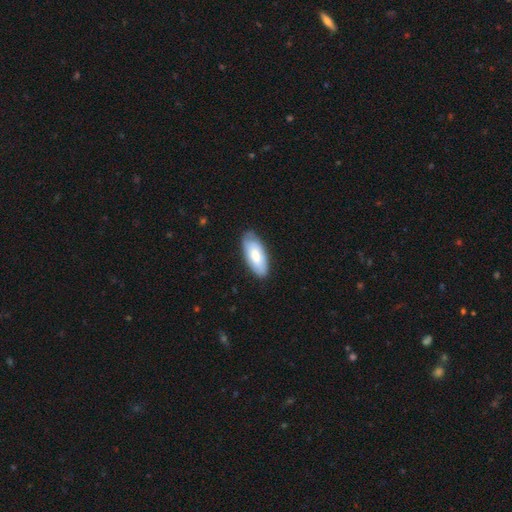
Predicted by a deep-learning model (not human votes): smooth_or_featured: smooth (p=0.68) [alt: featured or disk p=0.26]
how_rounded: in between (p=0.85) [alt: cigar-shaped p=0.13]
merging: none (p=0.78) [alt: minor disturbance p=0.17]